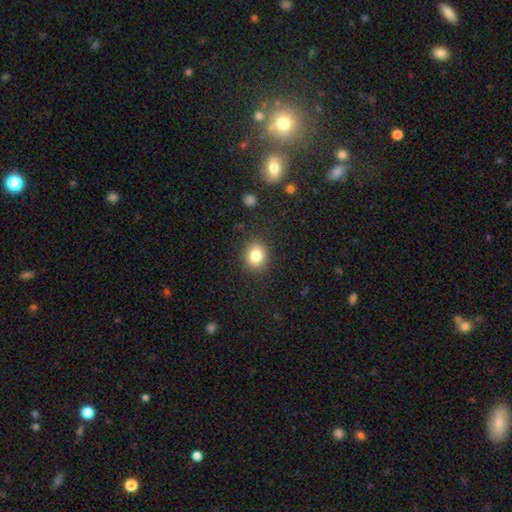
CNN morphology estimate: Smooth or featured?
  - smooth: 82% *
  - star or artifact: 10%
  - featured or disk: 7%
How rounded?
  - round: 54% *
  - in between: 45%
  - cigar-shaped: 1%
Merging?
  - none: 87% *
  - minor disturbance: 9%
  - major disturbance: 3%
  - merger: 1%